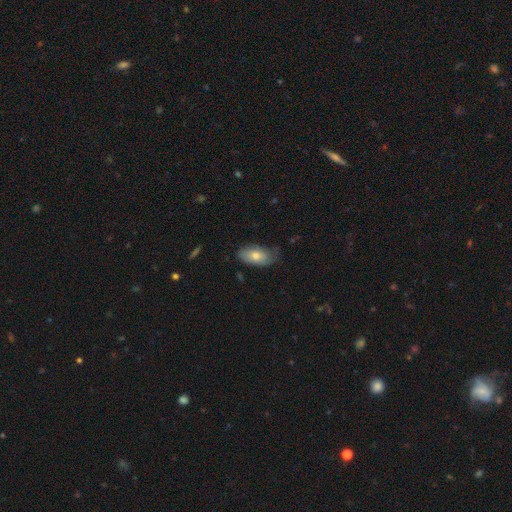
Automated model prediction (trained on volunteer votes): This is likely a smooth galaxy (65%). How rounded: clearly in between (91%). Merging: likely none (61%).